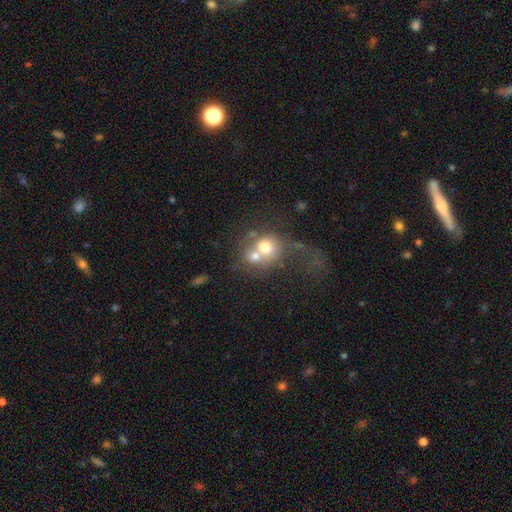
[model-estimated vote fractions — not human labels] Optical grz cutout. It shows a smooth galaxy with no disk features (63%) that is round (73%). Merging: merger (61%).